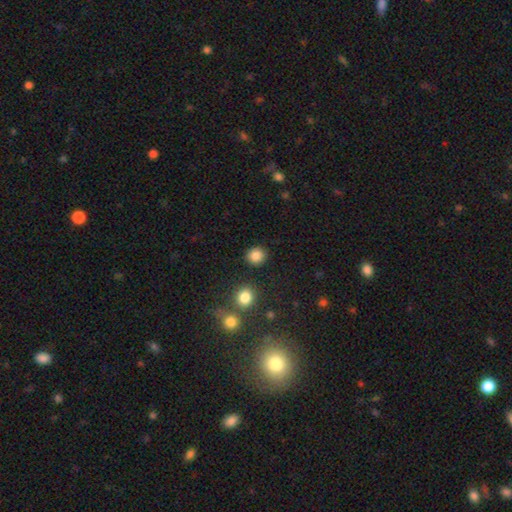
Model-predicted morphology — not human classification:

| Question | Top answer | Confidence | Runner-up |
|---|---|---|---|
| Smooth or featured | smooth | 85% | star or artifact (11%) |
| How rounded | round | 87% | in between (12%) |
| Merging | none | 88% | minor disturbance (7%) |